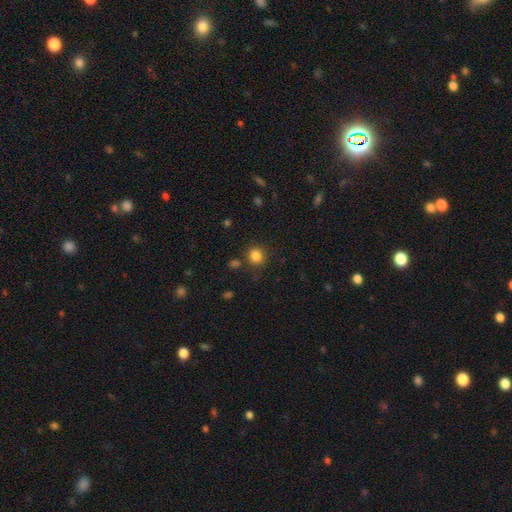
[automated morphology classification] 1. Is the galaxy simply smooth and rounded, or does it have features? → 83% smooth, 12% star or artifact, 5% featured or disk.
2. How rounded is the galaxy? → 81% round, 18% in between, 1% cigar-shaped.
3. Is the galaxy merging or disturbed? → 83% none, 9% minor disturbance, 5% merger, 3% major disturbance.